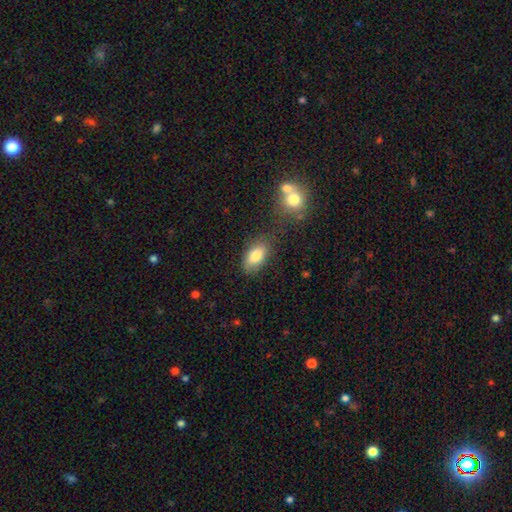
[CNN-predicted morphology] smooth 81%, featured or disk 11%, star or artifact 8%. Down the decision tree: how rounded — in between (91%); merging — none (72%).